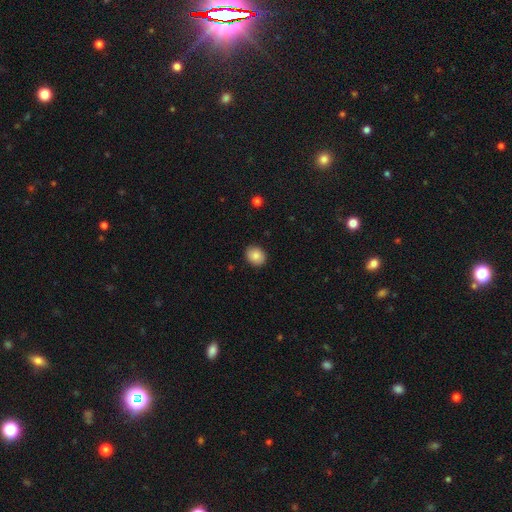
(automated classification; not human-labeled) Overall: smooth (85%). How rounded: round (56%; in between 43%). Merging: none (89%).